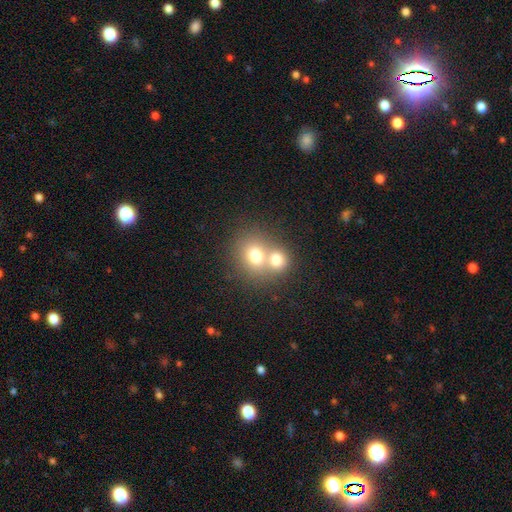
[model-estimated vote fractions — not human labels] Smooth or featured?
  - smooth: 72% *
  - featured or disk: 17%
  - star or artifact: 12%
How rounded?
  - round: 71% *
  - in between: 28%
  - cigar-shaped: 1%
Merging?
  - merger: 59% *
  - none: 32%
  - minor disturbance: 6%
  - major disturbance: 3%